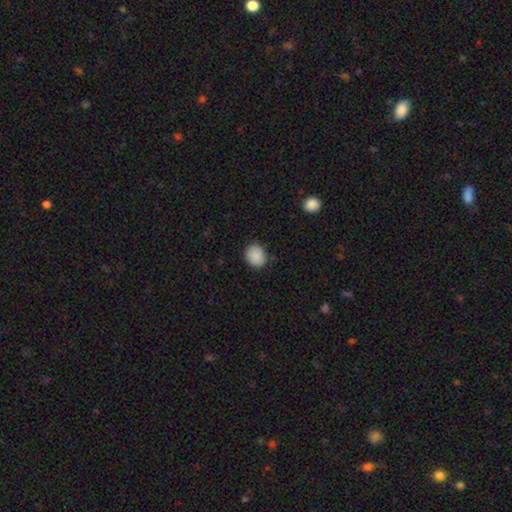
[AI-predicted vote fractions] smooth 89%, star or artifact 8%, featured or disk 3%. Down the decision tree: how rounded — round (71%); merging — none (85%).